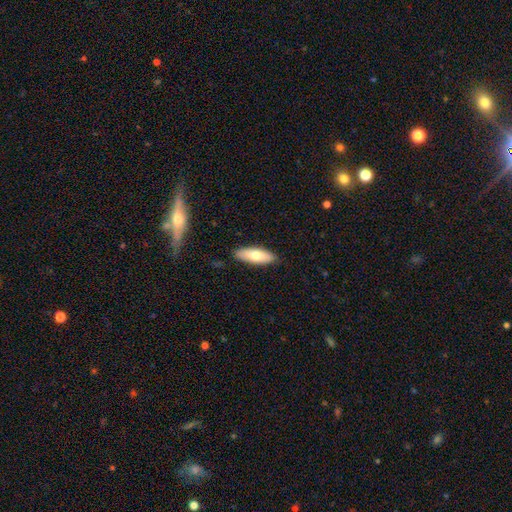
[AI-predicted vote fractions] Smooth or featured? Predicted: smooth (p=0.73). How rounded? Predicted: in between (p=0.64). Merging? Predicted: none (p=0.87).